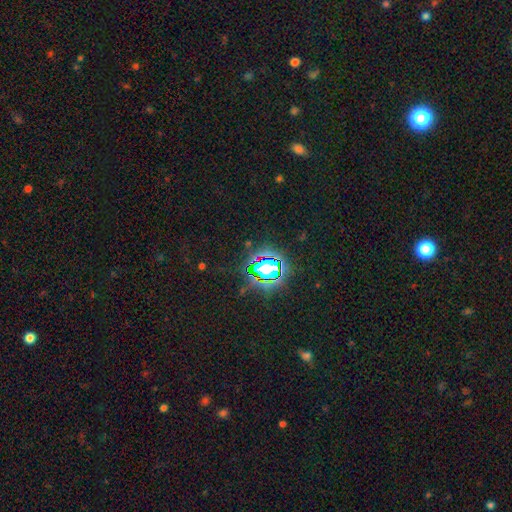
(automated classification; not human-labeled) This appears to be a star or artifact, not a galaxy (81%).